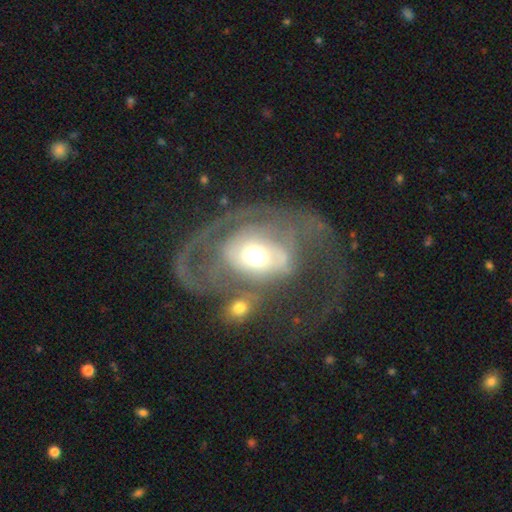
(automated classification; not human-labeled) Morphology: type=featured or disk (67%); edge-on=no (96%); bar=no (72%); spiral arms=yes (57%); bulge=moderate (60%); merging=major disturbance (51%).